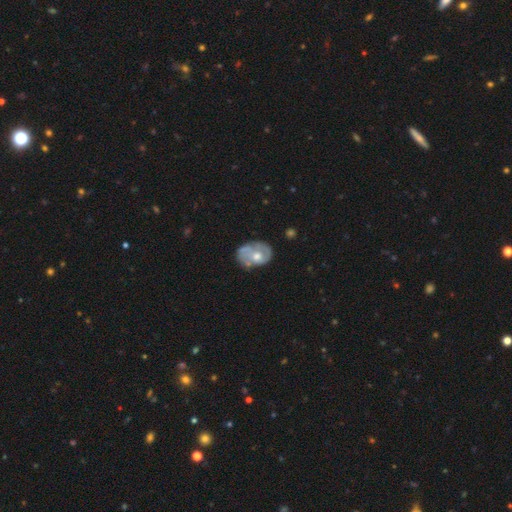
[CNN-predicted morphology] Smooth or featured? Predicted: featured or disk (p=0.58). Edge-on disk? Predicted: no (p=0.96). Bar? Predicted: no (p=0.82). Spiral arms? Predicted: yes (p=0.55). Bulge size? Predicted: moderate (p=0.66). Merging? Predicted: none (p=0.51).